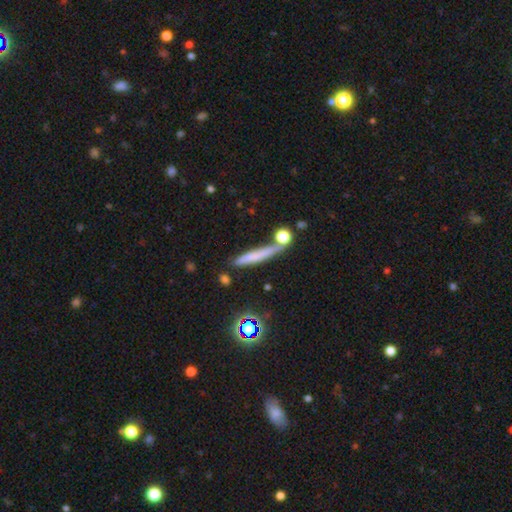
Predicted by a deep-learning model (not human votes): Smooth or featured? Predicted: smooth (p=0.59). How rounded? Predicted: cigar-shaped (p=0.90). Merging? Predicted: none (p=0.70).